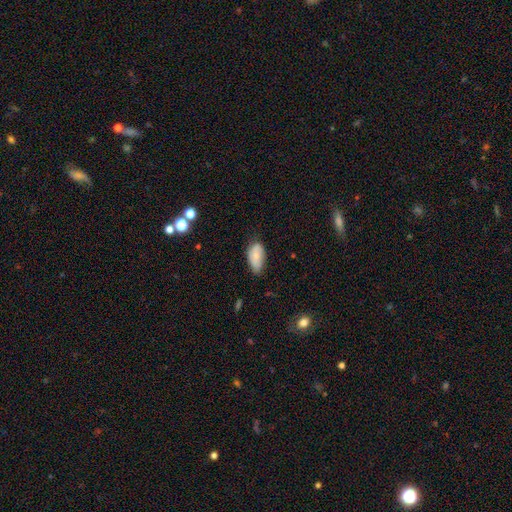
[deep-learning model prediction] smooth 76%, featured or disk 17%, star or artifact 8%. Down the decision tree: how rounded — in between (93%); merging — none (52%).